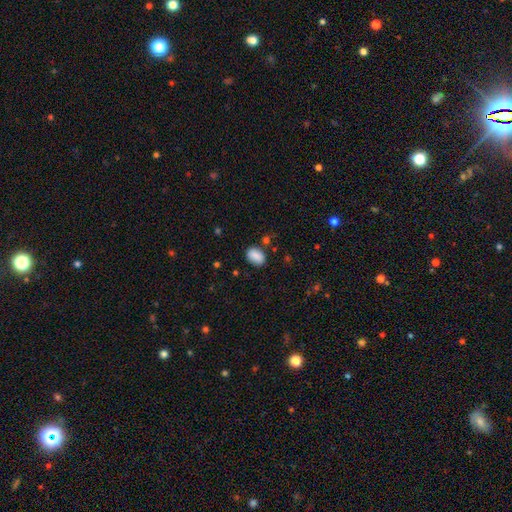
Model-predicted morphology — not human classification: This is clearly a smooth galaxy (87%). How rounded: clearly in between (81%). Merging: likely none (78%).